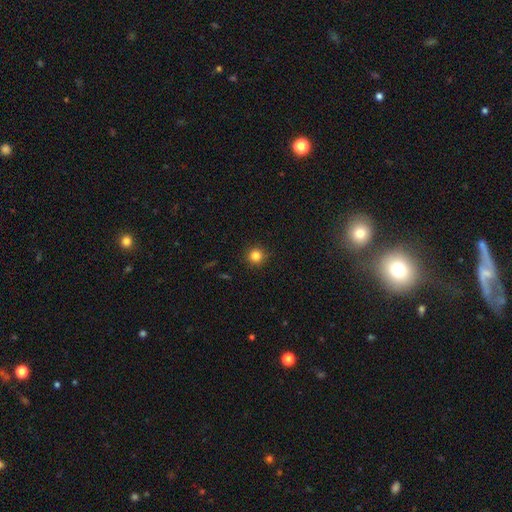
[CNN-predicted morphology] A smooth galaxy with no disk features (83%) that is round (95%).

Vote fractions:
- Smooth or featured? smooth: 83% / star or artifact: 12% / featured or disk: 5%
- How rounded? round: 95% / in between: 4% / cigar-shaped: 1%
- Merging? none: 92% / minor disturbance: 6% / major disturbance: 2% / merger: 1%